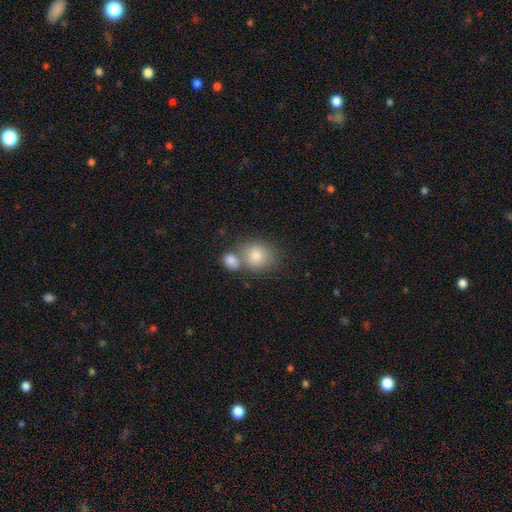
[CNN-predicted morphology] Overall: smooth (76%). How rounded: round (73%). Merging: none (51%; merger 38%).